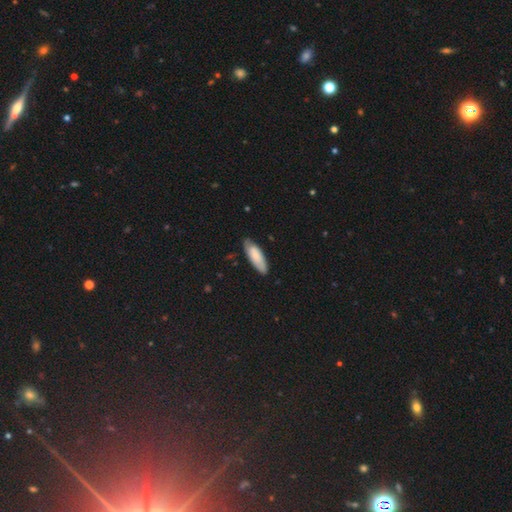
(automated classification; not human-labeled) Smooth or featured? smooth (75%)
How rounded? in between (59%)
Merging? none (77%)